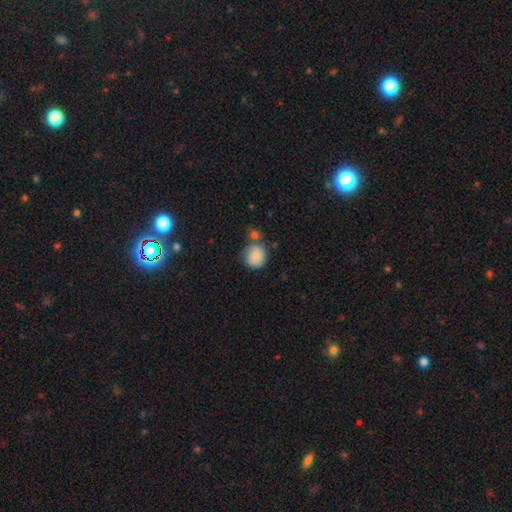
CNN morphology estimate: Smooth or featured: smooth — 83% (featured or disk — 9%)
How rounded: round — 84% (in between — 15%)
Merging: none — 55% (merger — 21%)